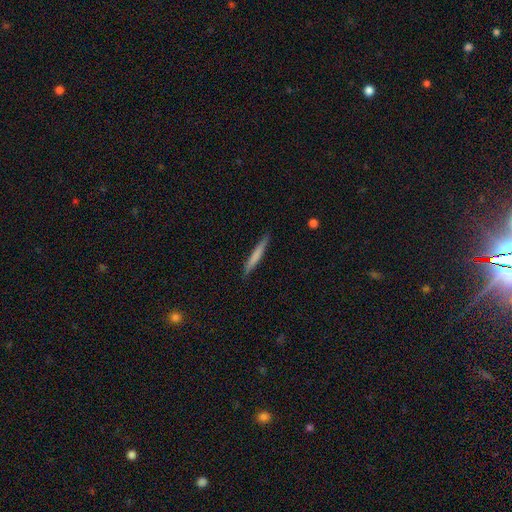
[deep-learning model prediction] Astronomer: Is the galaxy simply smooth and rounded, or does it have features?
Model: smooth — 68%.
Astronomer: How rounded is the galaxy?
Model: cigar-shaped — 96%.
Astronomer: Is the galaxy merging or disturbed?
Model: none — 89%.